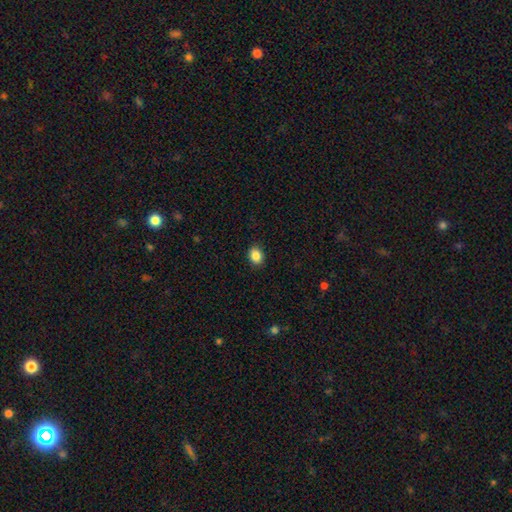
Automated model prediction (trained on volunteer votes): Q: Smooth or featured?
A: smooth (87%); runner-up: star or artifact (9%)
Q: How rounded?
A: in between (50%); runner-up: round (49%)
Q: Merging?
A: none (90%); runner-up: minor disturbance (7%)